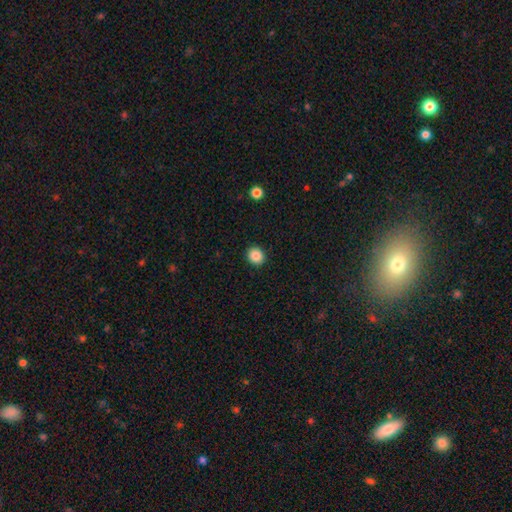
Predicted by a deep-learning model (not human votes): Morphology: type=smooth (86%); roundness=round (84%); merging=none (92%).